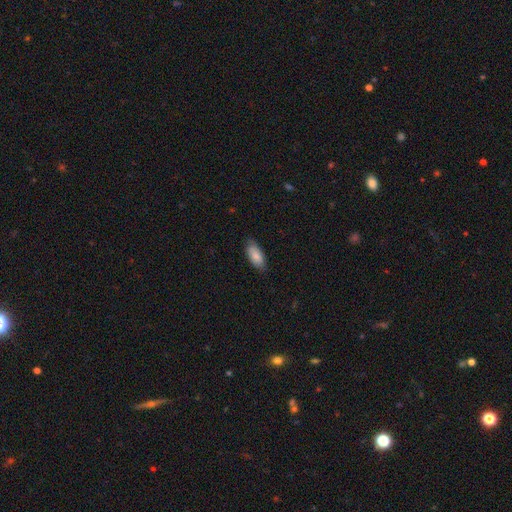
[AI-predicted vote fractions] smooth 86%, featured or disk 8%, star or artifact 6%. Down the decision tree: how rounded — in between (87%); merging — none (78%).